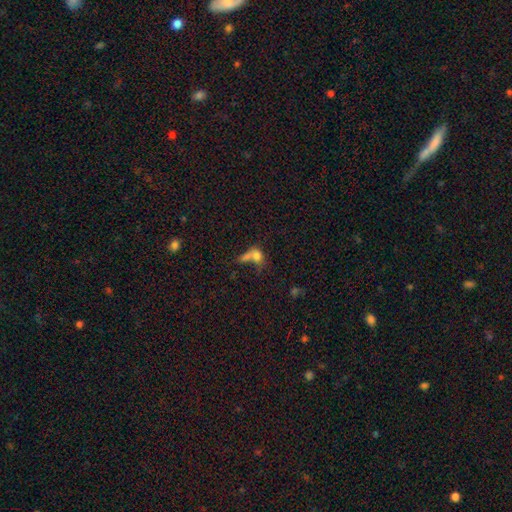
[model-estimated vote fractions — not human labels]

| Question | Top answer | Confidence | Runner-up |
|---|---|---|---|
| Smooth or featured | smooth | 70% | featured or disk (17%) |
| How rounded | in between | 53% | round (41%) |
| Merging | merger | 52% | none (21%) |